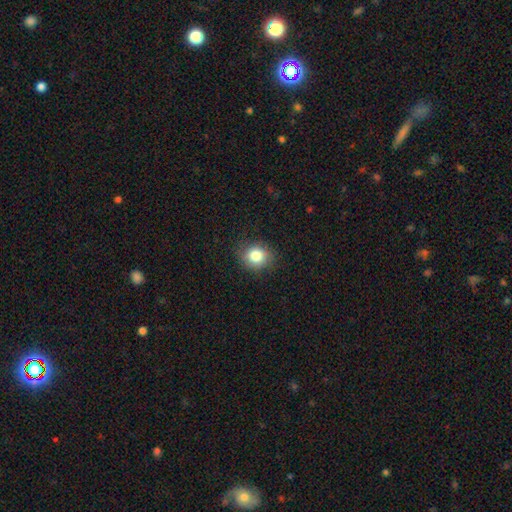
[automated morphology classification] smooth_or_featured: smooth (p=0.81) [alt: star or artifact p=0.10]
how_rounded: round (p=0.74) [alt: in between p=0.25]
merging: none (p=0.83) [alt: minor disturbance p=0.13]